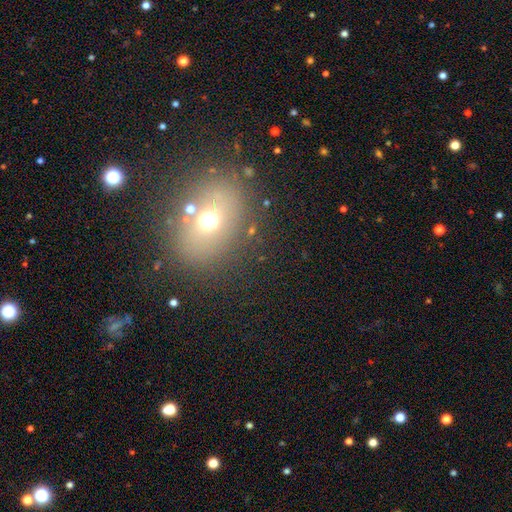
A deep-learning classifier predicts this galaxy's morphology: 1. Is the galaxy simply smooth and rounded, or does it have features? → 50% smooth, 33% star or artifact, 17% featured or disk.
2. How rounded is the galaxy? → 51% in between, 46% round, 2% cigar-shaped.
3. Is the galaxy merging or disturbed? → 81% none, 10% minor disturbance, 5% major disturbance, 5% merger.